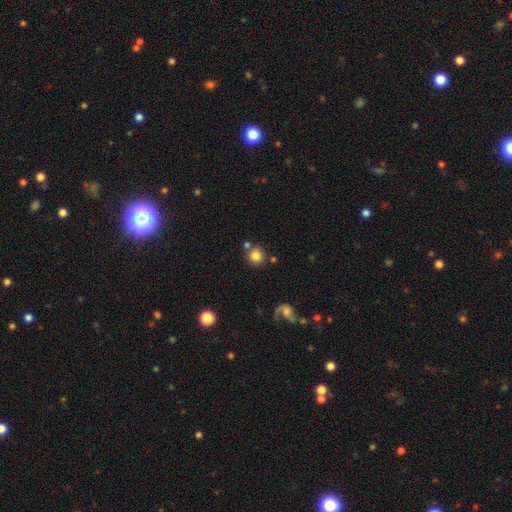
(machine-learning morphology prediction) smooth_or_featured: smooth (p=0.82) [alt: star or artifact p=0.10]
how_rounded: round (p=0.92) [alt: in between p=0.07]
merging: none (p=0.73) [alt: merger p=0.14]